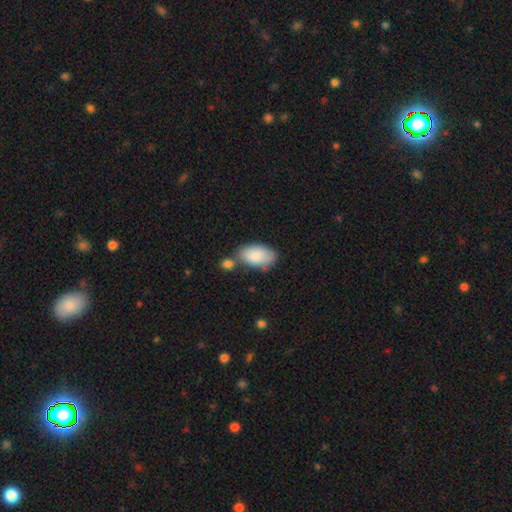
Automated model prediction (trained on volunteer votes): A smooth galaxy with no disk features (86%) that is in between round and cigar-shaped (95%). Merging: none (54%).